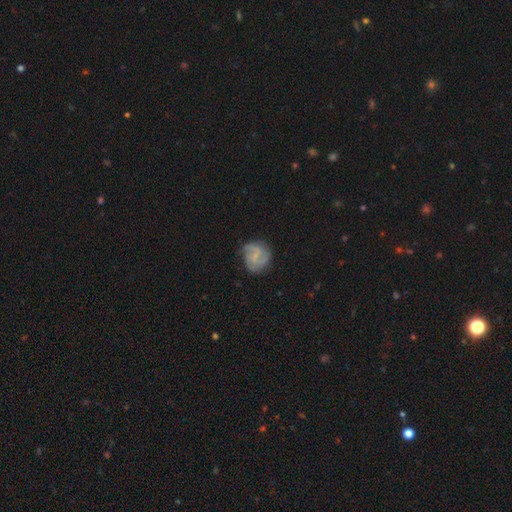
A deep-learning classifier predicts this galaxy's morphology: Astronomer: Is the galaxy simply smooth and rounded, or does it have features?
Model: featured or disk — 66%.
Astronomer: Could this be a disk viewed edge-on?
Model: no — 98%.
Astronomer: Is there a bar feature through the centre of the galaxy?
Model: no — 48% (runner-up: weak, 44%).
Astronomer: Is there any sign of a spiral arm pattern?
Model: yes — 89%.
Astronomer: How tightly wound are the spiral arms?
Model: medium — 47% (runner-up: tight, 31%).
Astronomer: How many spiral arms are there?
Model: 2 — 51%.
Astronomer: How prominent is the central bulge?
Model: small — 61%.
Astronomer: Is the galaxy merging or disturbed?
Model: none — 66%.